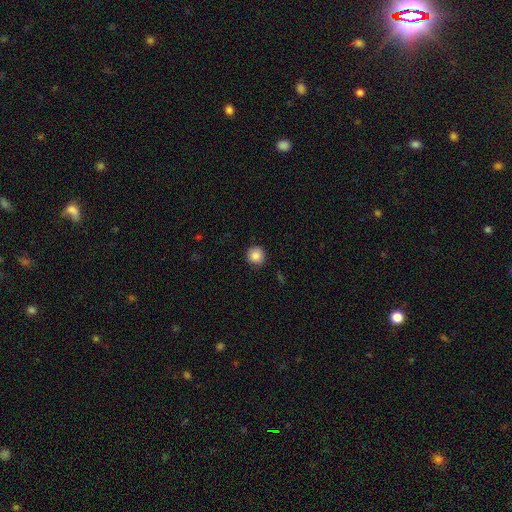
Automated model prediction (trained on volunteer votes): Smooth or featured?
  - smooth: 86% *
  - star or artifact: 9%
  - featured or disk: 5%
How rounded?
  - round: 94% *
  - in between: 5%
  - cigar-shaped: 1%
Merging?
  - none: 89% *
  - minor disturbance: 8%
  - major disturbance: 2%
  - merger: 1%